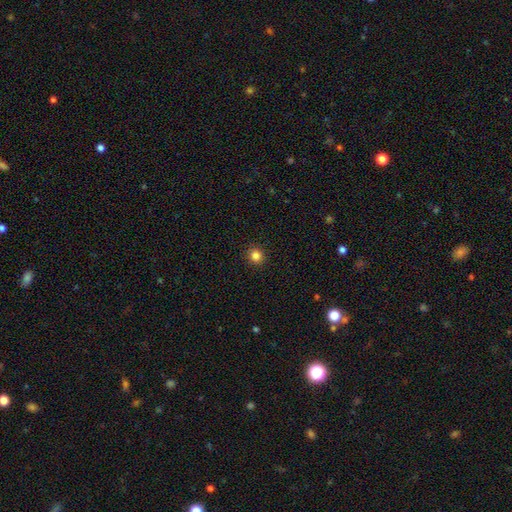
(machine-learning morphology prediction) smooth 84%, star or artifact 12%, featured or disk 4%. Down the decision tree: how rounded — round (91%); merging — none (92%).